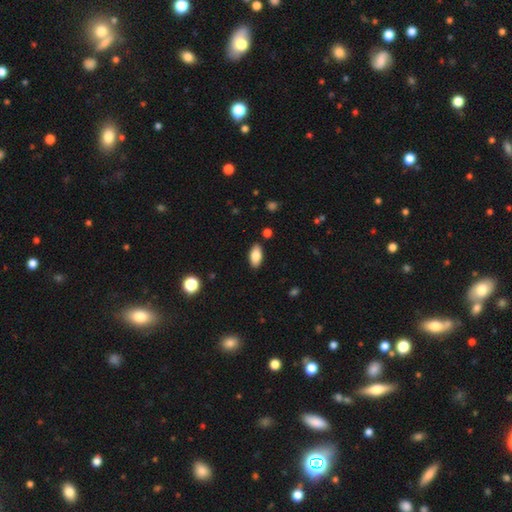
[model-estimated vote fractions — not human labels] Smooth or featured? Predicted: smooth (p=0.83). How rounded? Predicted: in between (p=0.92). Merging? Predicted: none (p=0.88).